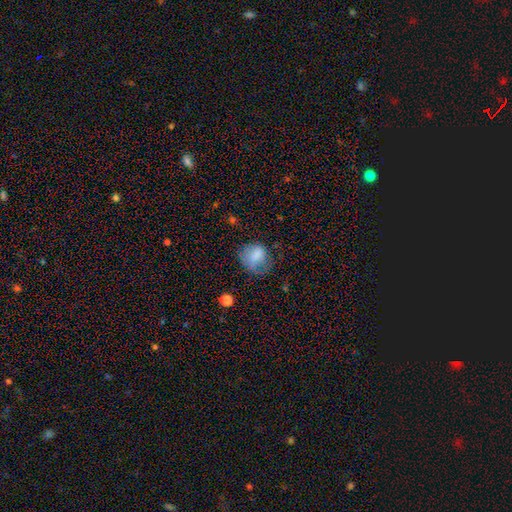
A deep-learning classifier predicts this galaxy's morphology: Smooth or featured: smooth — 76% (featured or disk — 14%)
How rounded: round — 66% (in between — 33%)
Merging: none — 45% (minor disturbance — 29%)